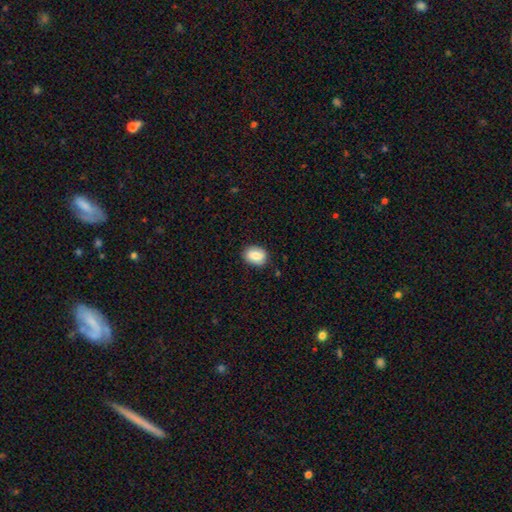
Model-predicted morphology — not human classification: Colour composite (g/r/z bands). It shows a smooth galaxy with no disk features (82%) that is in between round and cigar-shaped (65%). Merging: none (83%).